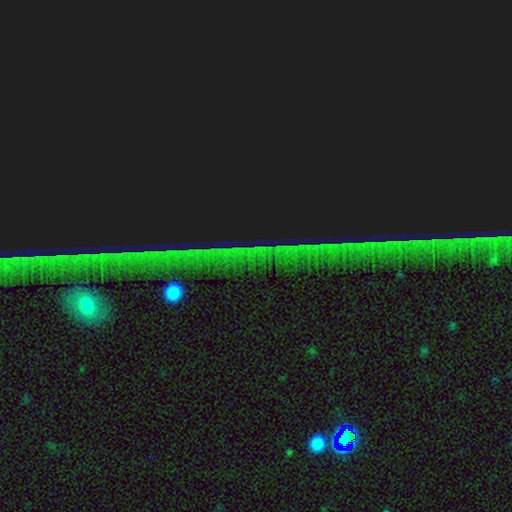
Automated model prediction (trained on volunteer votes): smooth-or-featured: star or artifact: 86% | featured or disk: 8% | smooth: 6%